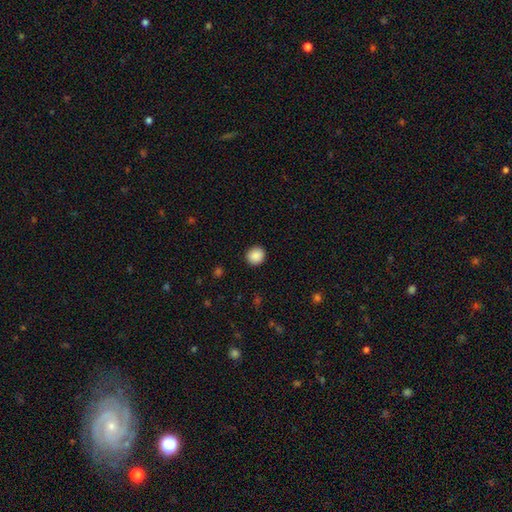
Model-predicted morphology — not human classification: A smooth galaxy with no disk features (89%) that is round (86%). Merging: none (91%).